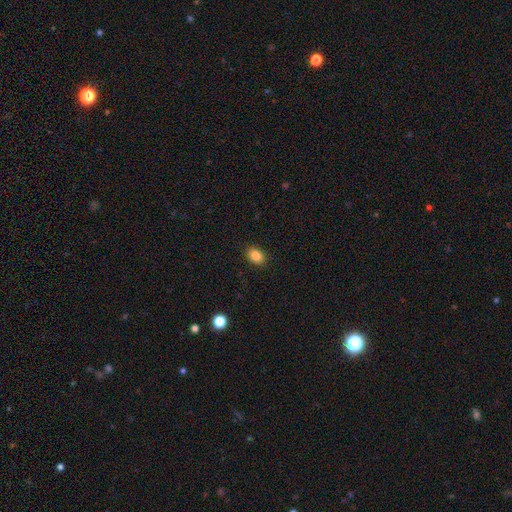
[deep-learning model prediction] smooth 86%, star or artifact 9%, featured or disk 4%. Down the decision tree: how rounded — in between (73%); merging — none (89%).